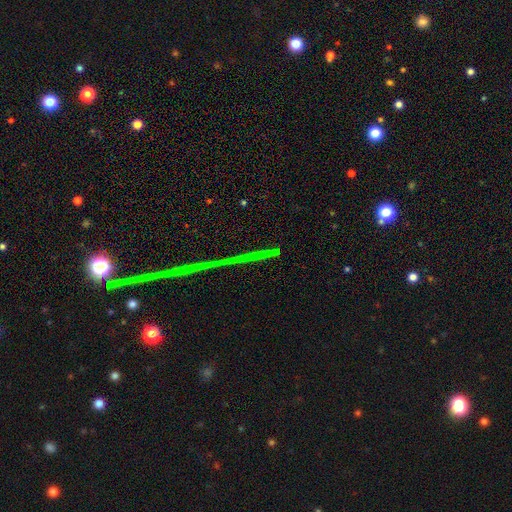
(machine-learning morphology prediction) type=star or artifact (79%).